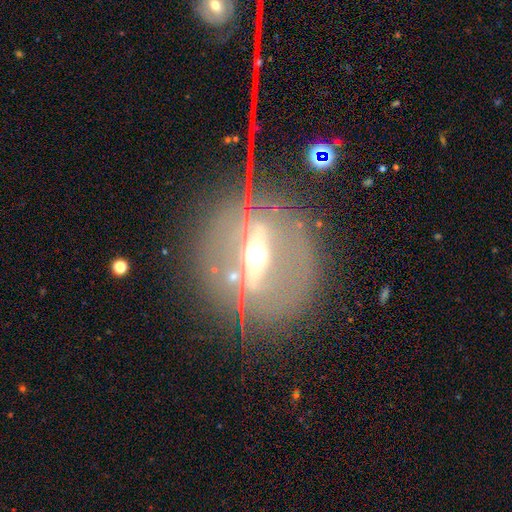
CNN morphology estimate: Q: Smooth or featured?
A: featured or disk (72%); runner-up: star or artifact (14%)
Q: Edge-on disk?
A: no (53%); runner-up: yes (47%)
Q: Merging?
A: none (74%); runner-up: minor disturbance (12%)